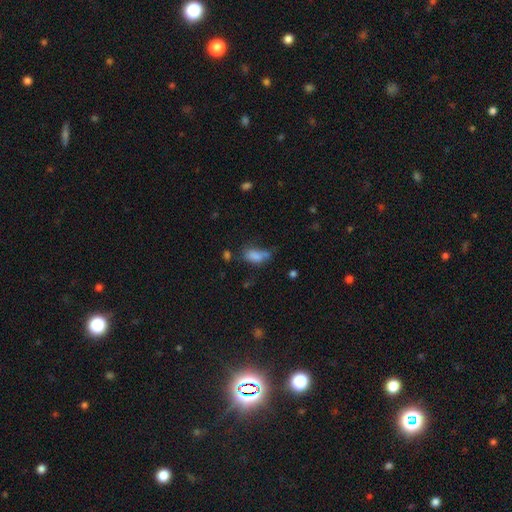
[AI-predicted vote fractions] Overall: smooth (77%). How rounded: in between (86%). Merging: none (38%; minor disturbance 30%).